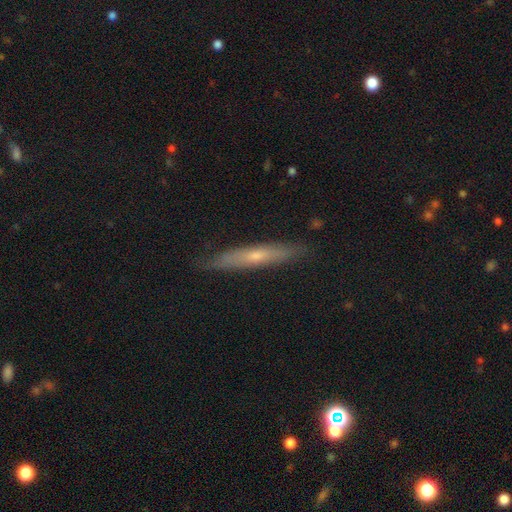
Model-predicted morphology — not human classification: Smooth or featured: featured or disk — 58% (smooth — 33%)
Edge-on disk: yes — 91% (no — 9%)
Edge-on bulge: rounded — 67% (none — 30%)
Merging: none — 88% (minor disturbance — 9%)